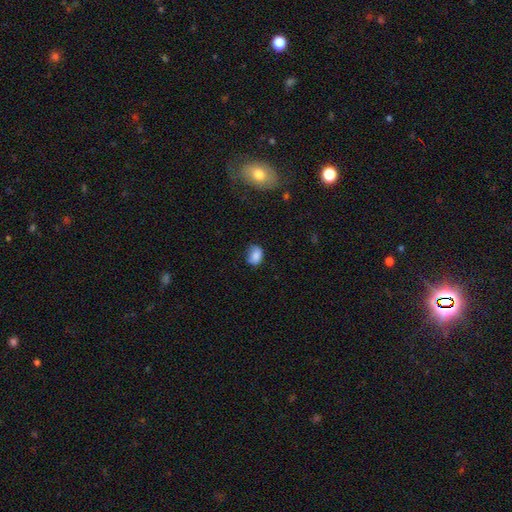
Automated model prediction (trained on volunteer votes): Overall: smooth (83%). How rounded: in between (64%; round 35%). Merging: none (59%; minor disturbance 31%).